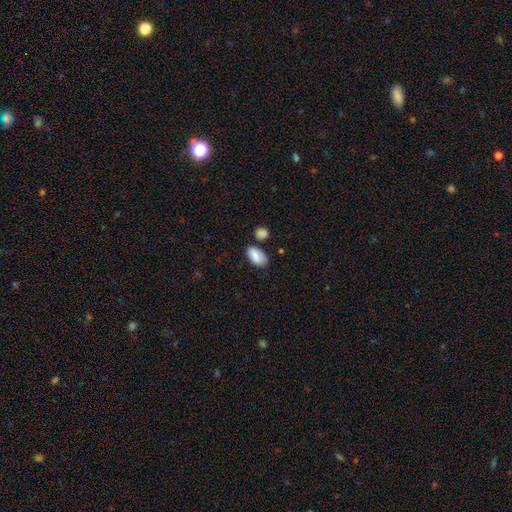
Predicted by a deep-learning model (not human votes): A smooth galaxy with no disk features (87%) that is in between round and cigar-shaped (94%).

Vote fractions:
- Smooth or featured? smooth: 87% / star or artifact: 7% / featured or disk: 6%
- How rounded? in between: 94% / round: 4% / cigar-shaped: 2%
- Merging? none: 66% / minor disturbance: 20% / merger: 10% / major disturbance: 4%